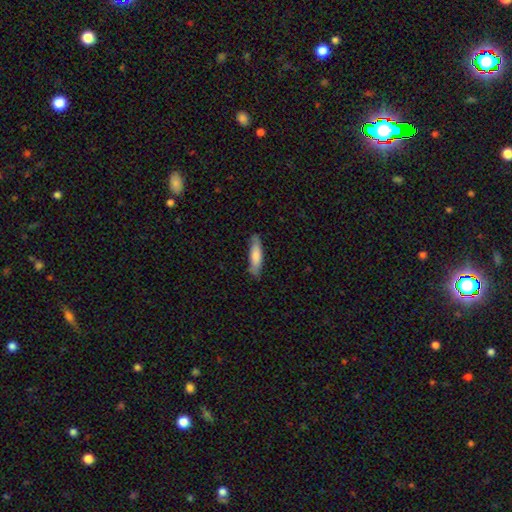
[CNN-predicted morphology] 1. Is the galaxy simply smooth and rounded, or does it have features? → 75% smooth, 20% featured or disk, 5% star or artifact.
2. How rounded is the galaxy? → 67% cigar-shaped, 31% in between, 2% round.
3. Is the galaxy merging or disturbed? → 83% none, 13% minor disturbance, 2% major disturbance, 1% merger.